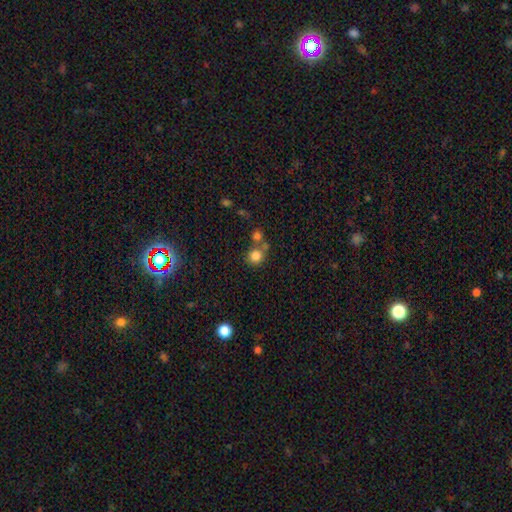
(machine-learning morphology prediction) A smooth galaxy with no disk features (82%) that is round (85%). Merging: none (58%).